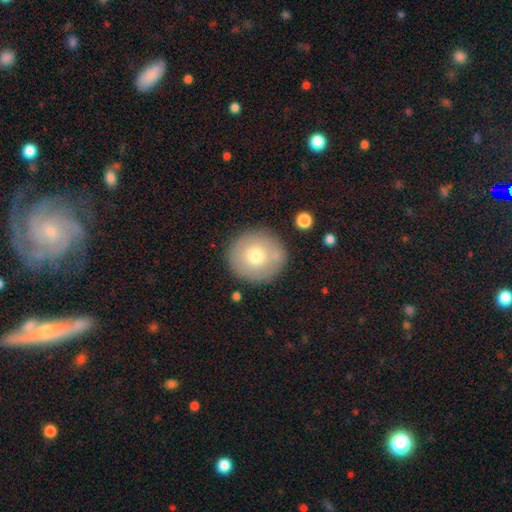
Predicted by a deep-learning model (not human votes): Morphology: type=smooth (70%); roundness=round (92%); merging=none (83%).